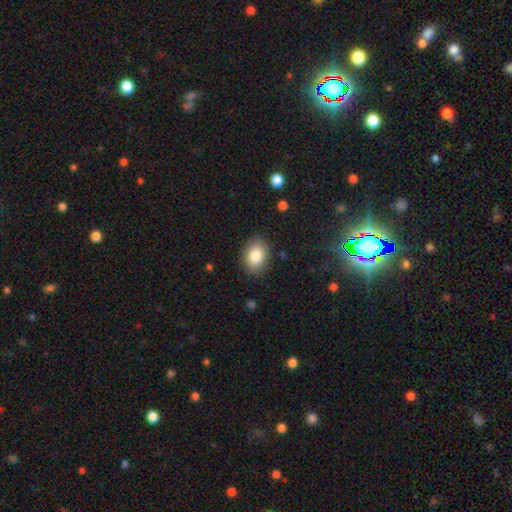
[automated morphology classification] Smooth or featured: smooth — 83% (featured or disk — 10%)
How rounded: in between — 80% (round — 19%)
Merging: none — 87% (minor disturbance — 10%)